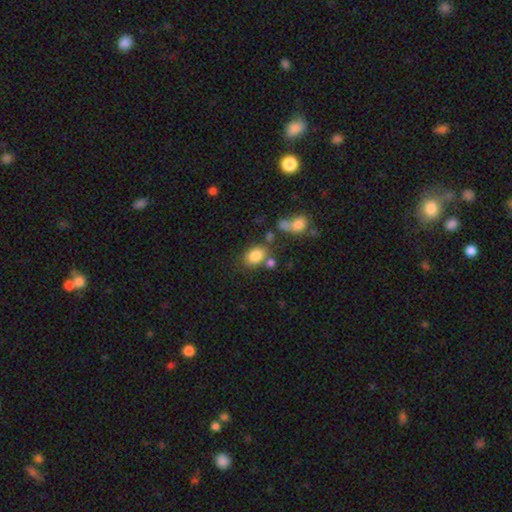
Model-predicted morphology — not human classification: Q: Smooth or featured?
A: smooth (83%); runner-up: star or artifact (10%)
Q: How rounded?
A: in between (74%); runner-up: round (25%)
Q: Merging?
A: none (60%); runner-up: merger (19%)